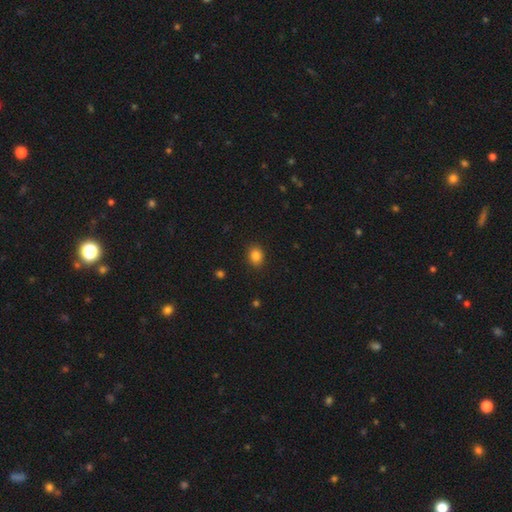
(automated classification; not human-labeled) A smooth galaxy with no disk features (84%) that is round (52%).

Vote fractions:
- Smooth or featured? smooth: 84% / star or artifact: 11% / featured or disk: 5%
- How rounded? round: 52% / in between: 47% / cigar-shaped: 1%
- Merging? none: 89% / minor disturbance: 8% / major disturbance: 2% / merger: 1%